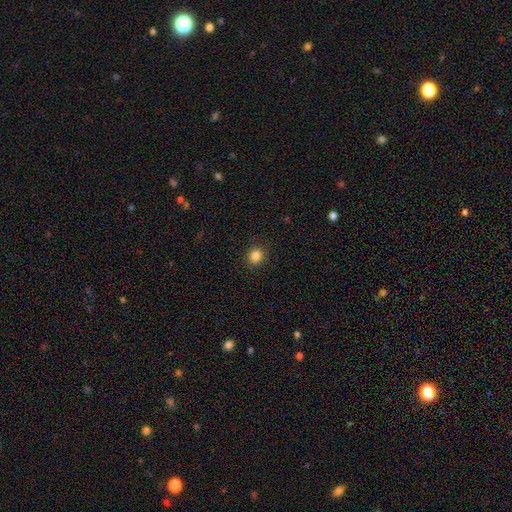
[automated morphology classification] The model was most divided on "how rounded": round: 82%, in between: 17%, cigar-shaped: 1%. More confident: merging — none (90%); smooth or featured — smooth (85%).